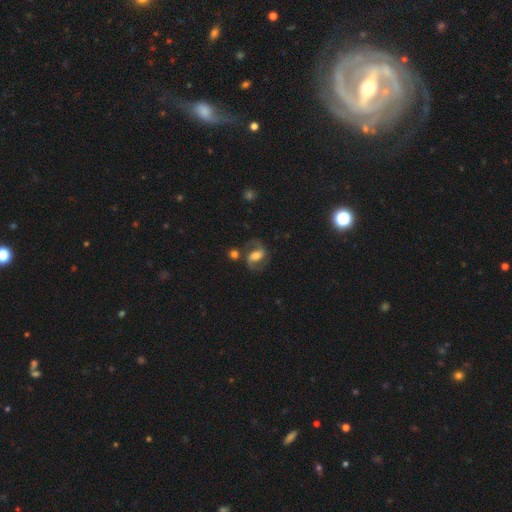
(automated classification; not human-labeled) Overall: featured or disk (78%). Edge-on disk: no (97%). Bar: weak (43%; strong 32%). Spiral arms: yes (95%). Spiral arm count: 2 (92%). Spiral winding: medium (56%; loose 31%). Bulge size: moderate (43%; large 30%). Merging: none (68%).